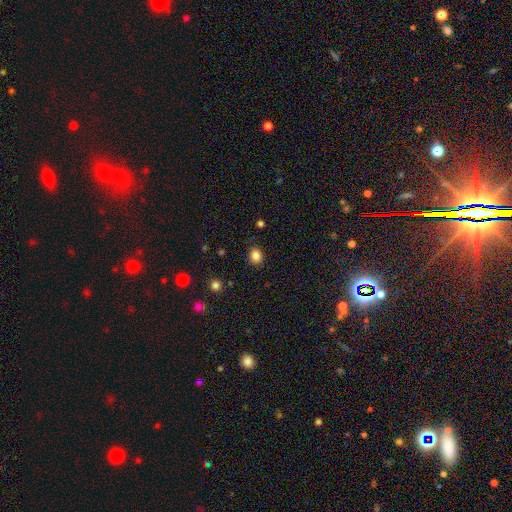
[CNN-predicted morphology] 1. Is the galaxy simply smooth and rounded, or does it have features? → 85% smooth, 11% star or artifact, 4% featured or disk.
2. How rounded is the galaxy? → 60% round, 39% in between, 1% cigar-shaped.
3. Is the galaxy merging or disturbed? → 85% none, 11% minor disturbance, 3% major disturbance, 1% merger.